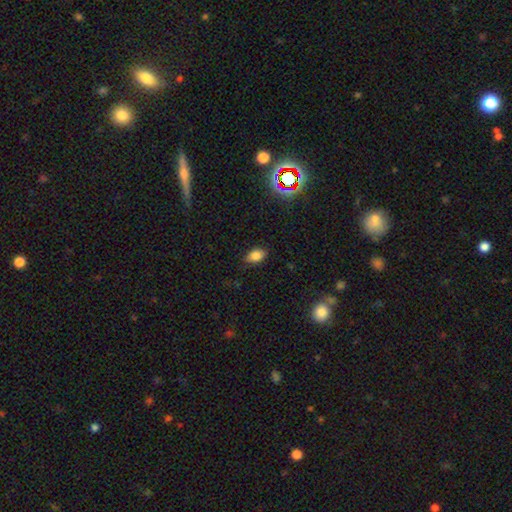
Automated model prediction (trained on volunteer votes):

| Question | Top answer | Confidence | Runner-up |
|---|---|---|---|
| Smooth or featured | smooth | 82% | star or artifact (12%) |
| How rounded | in between | 84% | round (14%) |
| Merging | none | 82% | minor disturbance (14%) |